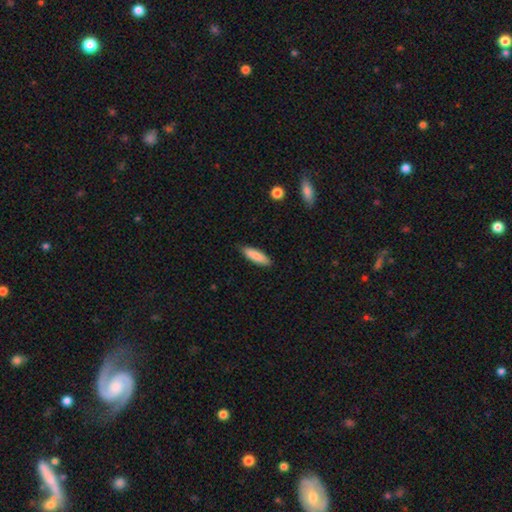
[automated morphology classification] Smooth or featured: smooth — 87% (featured or disk — 7%)
How rounded: cigar-shaped — 57% (in between — 41%)
Merging: none — 87% (minor disturbance — 10%)